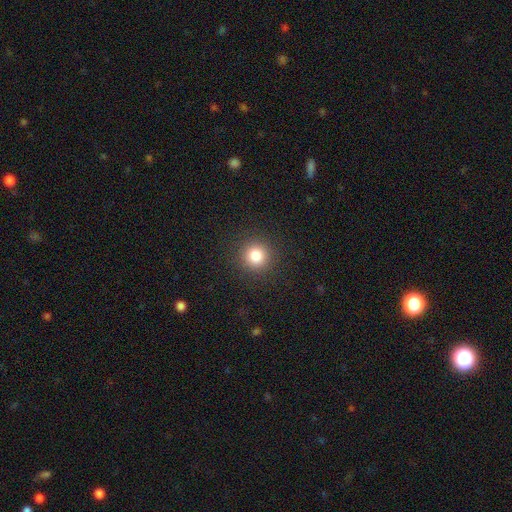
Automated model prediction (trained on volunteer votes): smooth_or_featured: smooth (p=0.83) [alt: star or artifact p=0.12]
how_rounded: round (p=0.95) [alt: in between p=0.04]
merging: none (p=0.91) [alt: minor disturbance p=0.05]